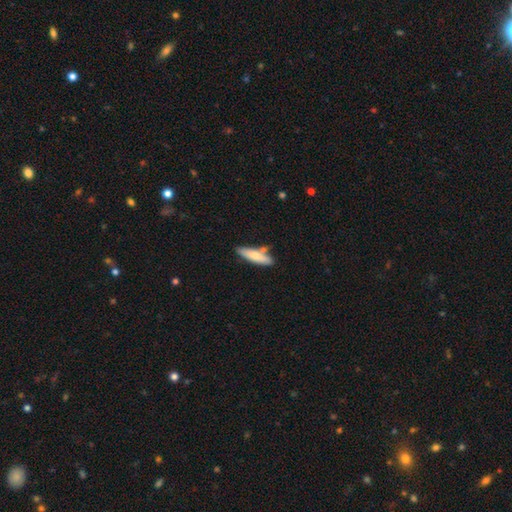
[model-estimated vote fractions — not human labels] Morphology: type=smooth (71%); roundness=cigar-shaped (69%); merging=none (69%).